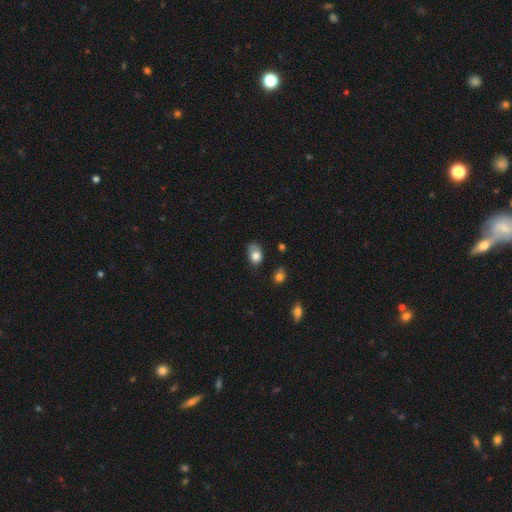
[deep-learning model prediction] Q: Smooth or featured?
A: smooth (78%); runner-up: featured or disk (13%)
Q: How rounded?
A: in between (76%); runner-up: round (23%)
Q: Merging?
A: none (51%); runner-up: minor disturbance (35%)